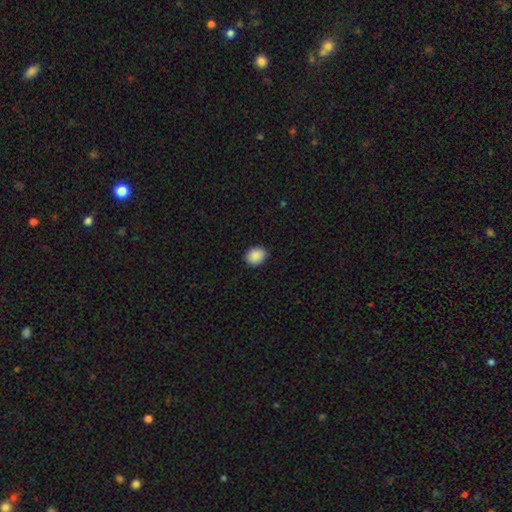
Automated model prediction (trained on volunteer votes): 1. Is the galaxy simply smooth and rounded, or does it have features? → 90% smooth, 8% star or artifact, 3% featured or disk.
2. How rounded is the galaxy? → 52% round, 47% in between, 1% cigar-shaped.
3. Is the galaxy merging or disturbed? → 89% none, 8% minor disturbance, 2% major disturbance, 1% merger.